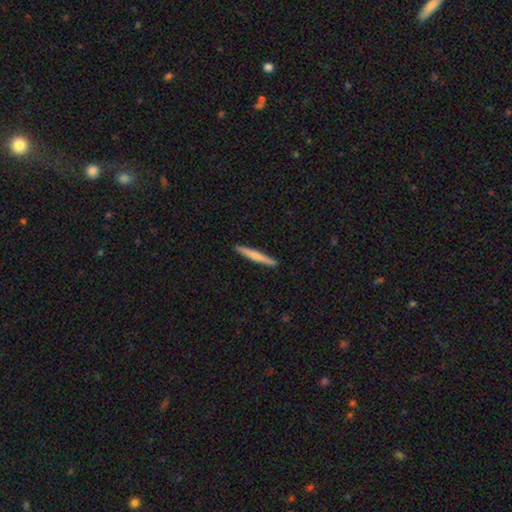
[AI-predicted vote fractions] smooth-or-featured: smooth: 61% | featured or disk: 34% | star or artifact: 5%
  how-rounded: cigar-shaped: 96% | in between: 3% | round: 1%
  merging: none: 91% | minor disturbance: 6% | major disturbance: 1% | merger: 1%